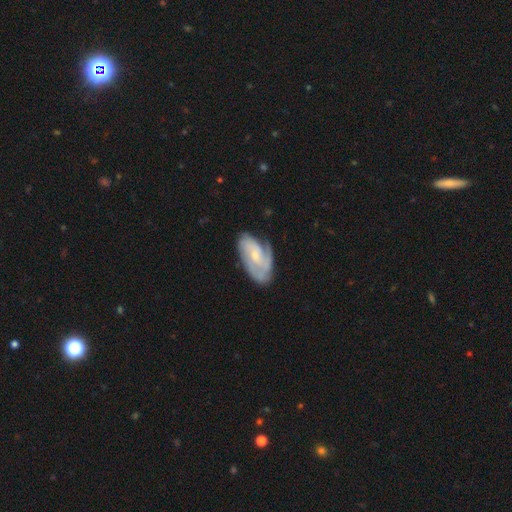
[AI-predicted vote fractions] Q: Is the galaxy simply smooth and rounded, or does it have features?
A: featured or disk — 72%.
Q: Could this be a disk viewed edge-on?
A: no — 95%.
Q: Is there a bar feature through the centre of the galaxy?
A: no — 62%.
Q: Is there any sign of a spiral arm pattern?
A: yes — 90%.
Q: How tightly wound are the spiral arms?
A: tight — 48%.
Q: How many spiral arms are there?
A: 2 — 34%.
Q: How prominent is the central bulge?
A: small — 62%.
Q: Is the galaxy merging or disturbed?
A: none — 61%.